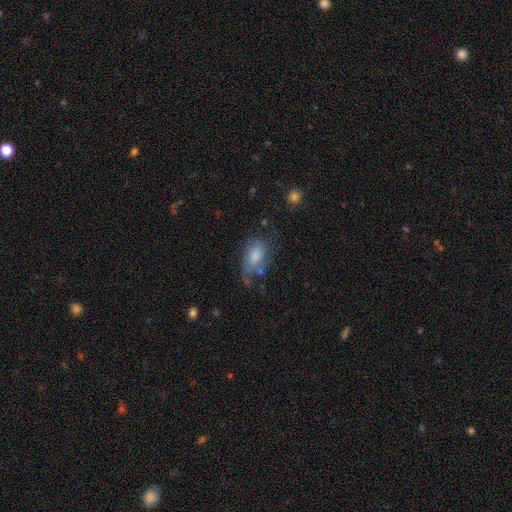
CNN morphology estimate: Smooth or featured?
  - smooth: 49% *
  - featured or disk: 39%
  - star or artifact: 12%
Merging?
  - none: 42% *
  - minor disturbance: 27%
  - major disturbance: 26%
  - merger: 5%